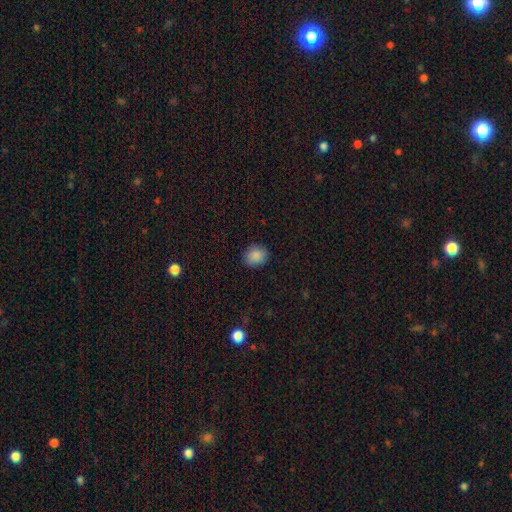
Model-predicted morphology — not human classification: Smooth or featured: smooth — 87% (star or artifact — 9%)
How rounded: round — 62% (in between — 37%)
Merging: none — 88% (minor disturbance — 9%)